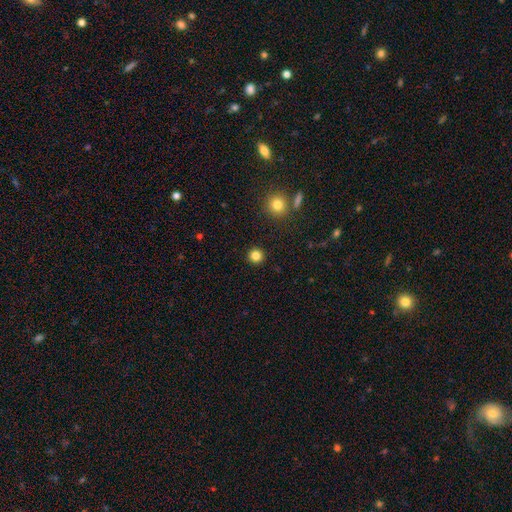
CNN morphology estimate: Smooth or featured? Predicted: smooth (p=0.83). How rounded? Predicted: round (p=0.95). Merging? Predicted: none (p=0.92).